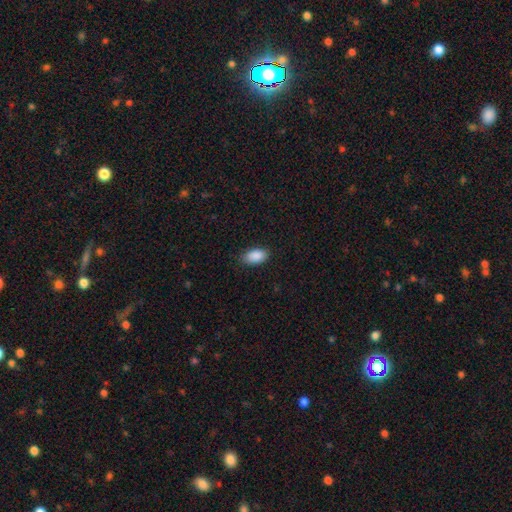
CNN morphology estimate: Q: Smooth or featured?
A: smooth (90%); runner-up: star or artifact (7%)
Q: How rounded?
A: in between (93%); runner-up: round (5%)
Q: Merging?
A: none (84%); runner-up: minor disturbance (13%)